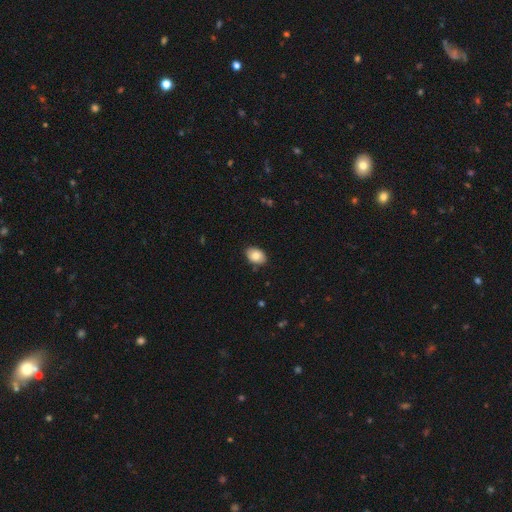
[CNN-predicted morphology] Smooth or featured: smooth — 82% (featured or disk — 11%)
How rounded: in between — 82% (round — 17%)
Merging: none — 86% (minor disturbance — 11%)